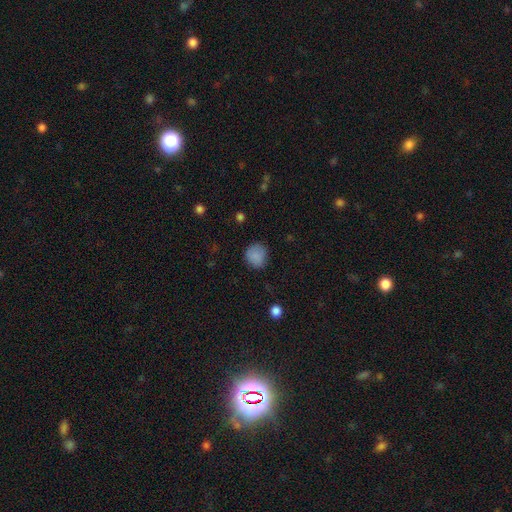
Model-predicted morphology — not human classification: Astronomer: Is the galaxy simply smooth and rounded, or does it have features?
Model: smooth — 86%.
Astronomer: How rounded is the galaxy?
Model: round — 86%.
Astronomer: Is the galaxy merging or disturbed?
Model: none — 82%.